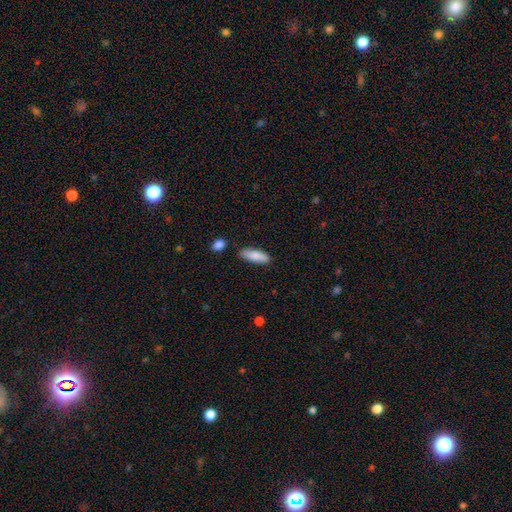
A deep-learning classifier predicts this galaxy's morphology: A smooth galaxy with no disk features (84%) that is in between round and cigar-shaped (61%).

Vote fractions:
- Smooth or featured? smooth: 84% / featured or disk: 10% / star or artifact: 6%
- How rounded? in between: 61% / cigar-shaped: 37% / round: 2%
- Merging? none: 82% / minor disturbance: 12% / merger: 4% / major disturbance: 2%